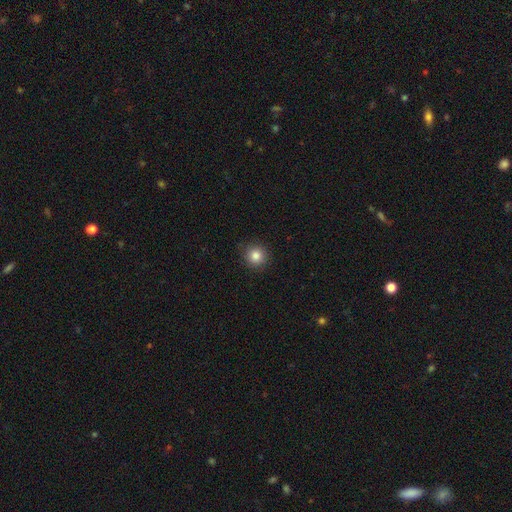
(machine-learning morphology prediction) type=smooth (84%); roundness=round (94%); merging=none (89%).